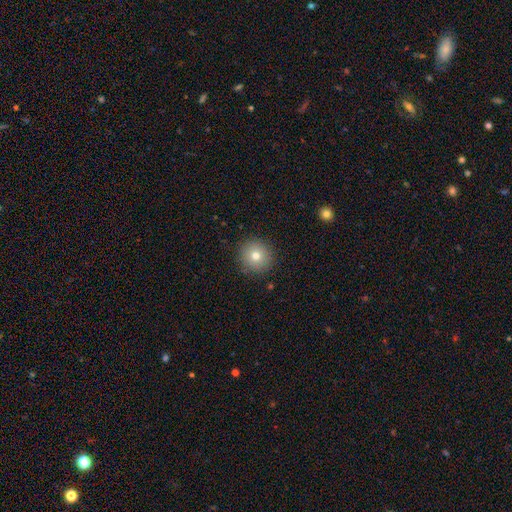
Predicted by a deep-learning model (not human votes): Overall: smooth (76%). How rounded: round (93%). Merging: none (90%).